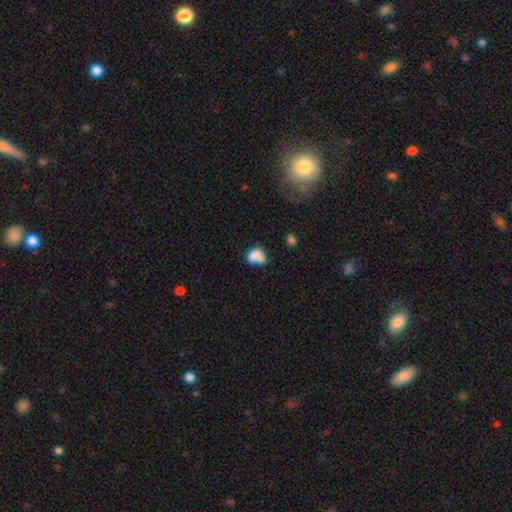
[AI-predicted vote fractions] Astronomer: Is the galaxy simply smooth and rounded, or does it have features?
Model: smooth — 74%.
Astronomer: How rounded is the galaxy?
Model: in between — 65%.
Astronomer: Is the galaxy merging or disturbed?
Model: merger — 34% (runner-up: none, 30%).